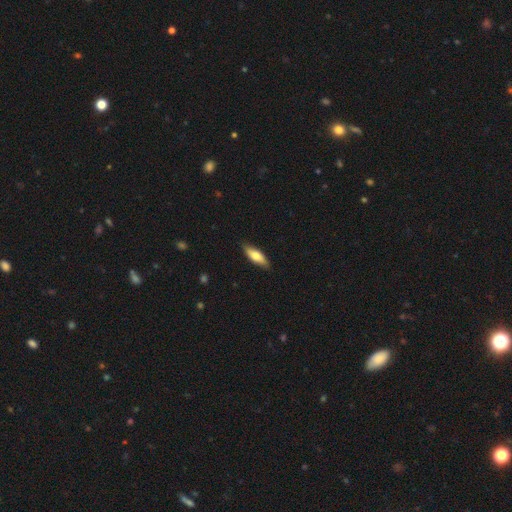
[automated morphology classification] A smooth galaxy with no disk features (68%) that is in between round and cigar-shaped (56%).

Vote fractions:
- Smooth or featured? smooth: 68% / featured or disk: 27% / star or artifact: 6%
- How rounded? in between: 56% / cigar-shaped: 42% / round: 2%
- Merging? none: 85% / minor disturbance: 12% / major disturbance: 2% / merger: 1%